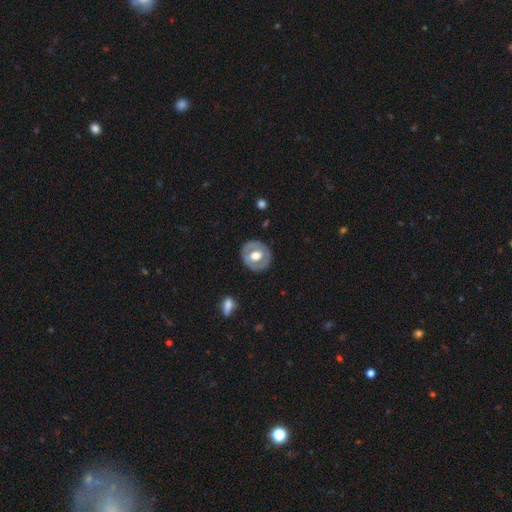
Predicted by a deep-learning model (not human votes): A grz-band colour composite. It shows a featured or disk galaxy (54%) with no bar (67%), no spiral arms (81%) and a moderate central bulge (51%). Merging: none (83%).